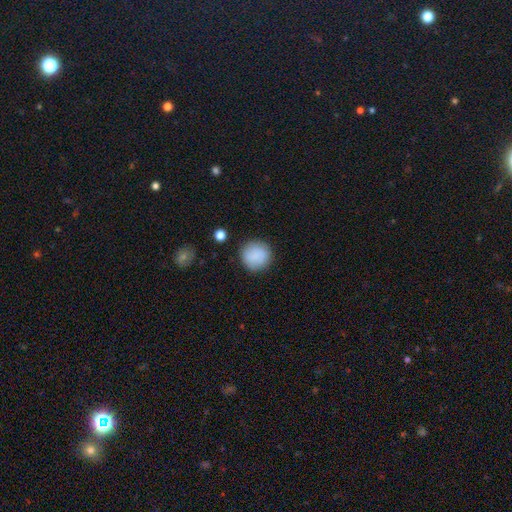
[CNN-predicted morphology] smooth 88%, star or artifact 7%, featured or disk 5%. Down the decision tree: how rounded — round (93%); merging — none (88%).